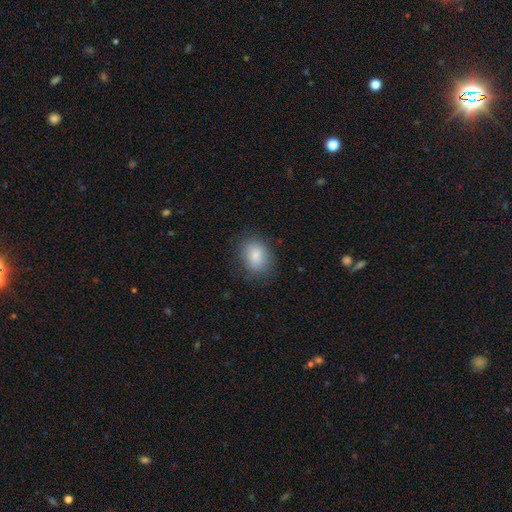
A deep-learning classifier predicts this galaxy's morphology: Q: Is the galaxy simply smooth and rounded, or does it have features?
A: smooth — 85%.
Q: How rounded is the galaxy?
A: in between — 59%.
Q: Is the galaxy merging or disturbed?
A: none — 80%.